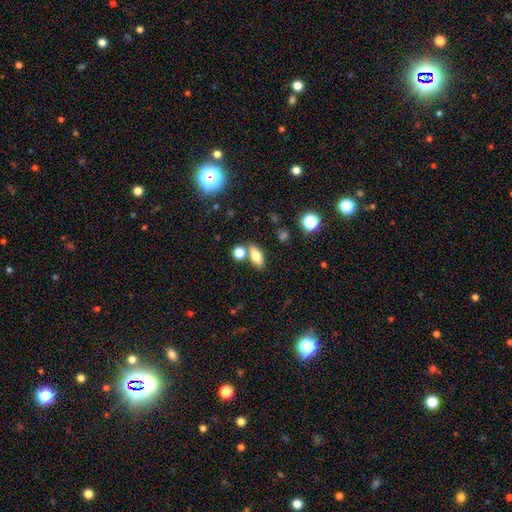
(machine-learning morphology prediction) A smooth galaxy with no disk features (76%) that is in between round and cigar-shaped (79%). Merging: none (72%).